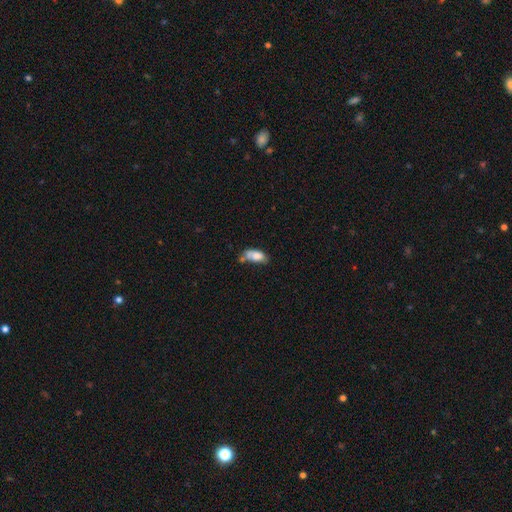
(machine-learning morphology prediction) A smooth galaxy with no disk features (77%) that is in between round and cigar-shaped (88%).

Vote fractions:
- Smooth or featured? smooth: 77% / featured or disk: 15% / star or artifact: 8%
- How rounded? in between: 88% / cigar-shaped: 8% / round: 4%
- Merging? none: 37% / minor disturbance: 29% / merger: 23% / major disturbance: 12%